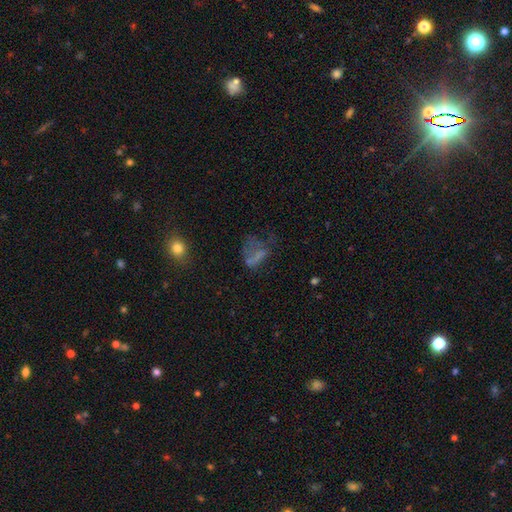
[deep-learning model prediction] A smooth galaxy with no disk features (47%).

Vote fractions:
- Smooth or featured? smooth: 47% / featured or disk: 29% / star or artifact: 24%
- Merging? major disturbance: 45% / none: 30% / minor disturbance: 19% / merger: 7%